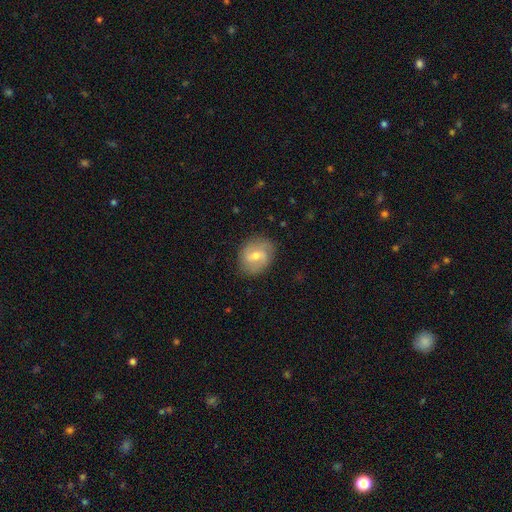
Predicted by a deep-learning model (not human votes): Smooth or featured? Predicted: featured or disk (p=0.63). Edge-on disk? Predicted: no (p=0.97). Bar? Predicted: weak (p=0.55). Spiral arms? Predicted: yes (p=0.85). Spiral winding? Predicted: medium (p=0.43). Spiral arm count? Predicted: 2 (p=0.79). Bulge size? Predicted: moderate (p=0.61). Merging? Predicted: none (p=0.82).